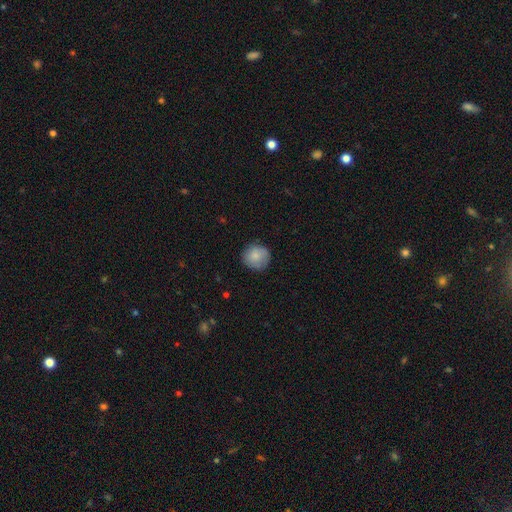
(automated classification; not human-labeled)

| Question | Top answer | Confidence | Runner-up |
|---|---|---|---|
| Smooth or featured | smooth | 84% | featured or disk (9%) |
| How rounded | round | 91% | in between (8%) |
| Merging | none | 81% | minor disturbance (14%) |